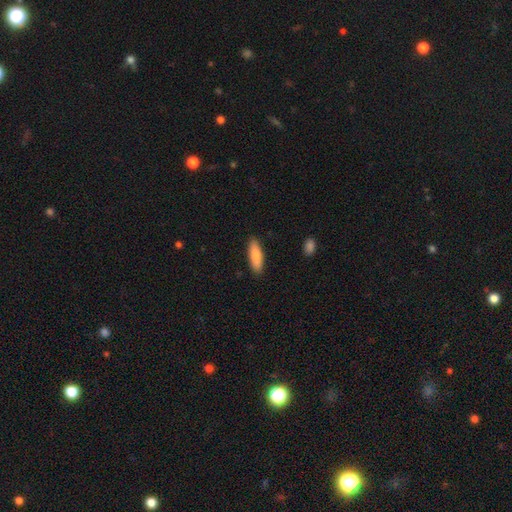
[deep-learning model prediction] Smooth or featured: smooth — 84% (featured or disk — 11%)
How rounded: cigar-shaped — 54% (in between — 44%)
Merging: none — 89% (minor disturbance — 8%)